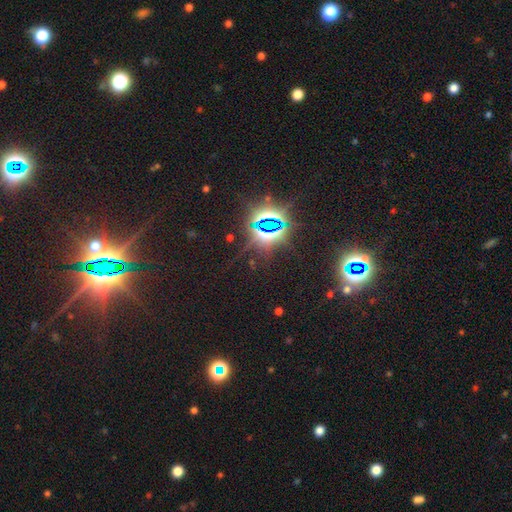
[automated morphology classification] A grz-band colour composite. It shows a star or artifact, not a galaxy (84%).